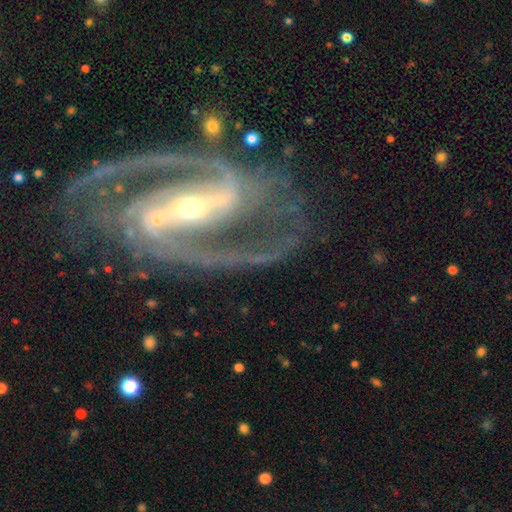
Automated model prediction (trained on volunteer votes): smooth-or-featured: featured or disk: 91% | star or artifact: 5% | smooth: 4%
  disk-edge-on: no: 96% | yes: 4%
    bar: strong: 73% | weak: 19% | no: 8%
    has-spiral-arms: yes: 97% | no: 3%
      spiral-winding: medium: 52% | loose: 27% | tight: 21%
      spiral-arm-count: 2: 81% | 3: 6% | can't tell: 4% | 1: 3% | 4: 3% | more than 4: 2%
    bulge-size: moderate: 48% | small: 45% | large: 4% | none: 1% | dominant: 1%
  merging: none: 57% | major disturbance: 20% | minor disturbance: 16% | merger: 6%